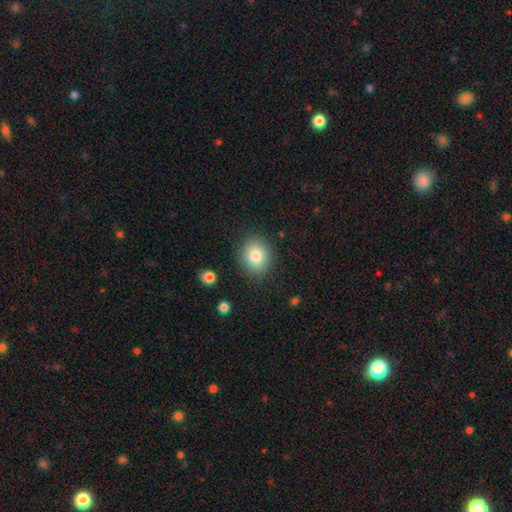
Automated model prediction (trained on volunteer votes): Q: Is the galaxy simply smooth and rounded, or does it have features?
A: smooth — 82%.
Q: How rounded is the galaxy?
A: round — 69%.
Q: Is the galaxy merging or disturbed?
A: none — 87%.